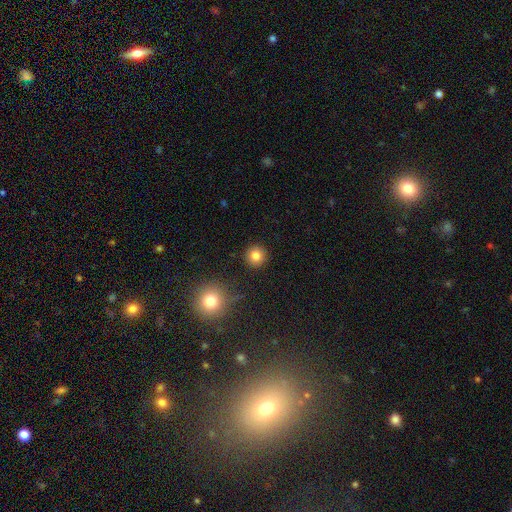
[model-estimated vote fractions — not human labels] smooth 82%, star or artifact 12%, featured or disk 6%. Down the decision tree: how rounded — round (95%); merging — none (91%).